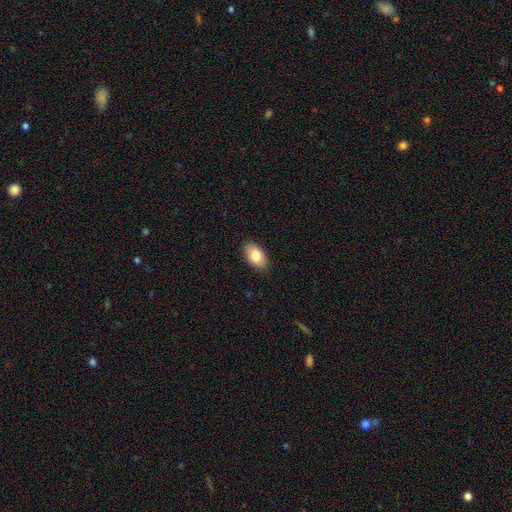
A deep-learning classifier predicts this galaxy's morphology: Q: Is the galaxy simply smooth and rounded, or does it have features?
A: smooth — 81%.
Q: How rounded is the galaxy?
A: in between — 93%.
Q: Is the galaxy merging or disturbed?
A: none — 89%.